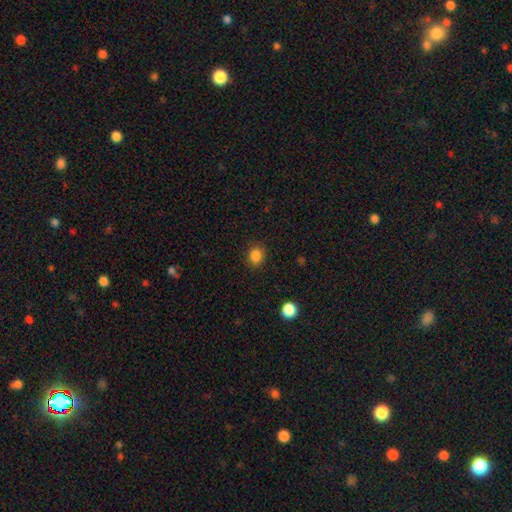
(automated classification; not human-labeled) A smooth galaxy with no disk features (85%) that is round (79%). Merging: none (88%).